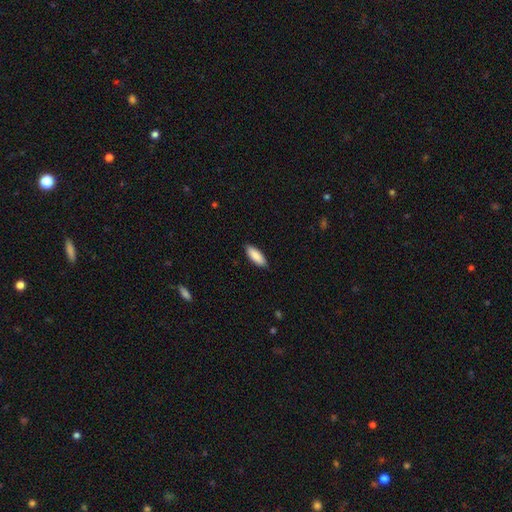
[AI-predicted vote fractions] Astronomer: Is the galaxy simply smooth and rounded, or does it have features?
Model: smooth — 88%.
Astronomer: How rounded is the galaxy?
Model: in between — 72%.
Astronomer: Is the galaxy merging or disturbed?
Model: none — 88%.